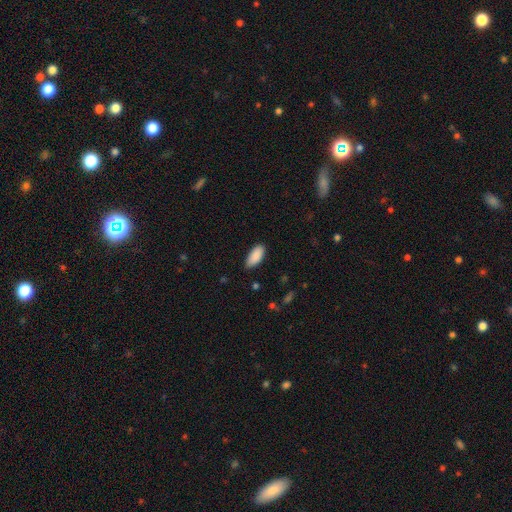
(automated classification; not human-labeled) Q: Smooth or featured?
A: smooth (89%); runner-up: star or artifact (6%)
Q: How rounded?
A: in between (90%); runner-up: cigar-shaped (8%)
Q: Merging?
A: none (80%); runner-up: minor disturbance (16%)